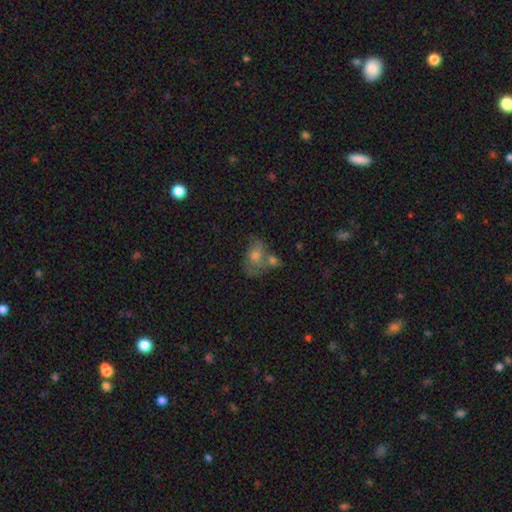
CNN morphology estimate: smooth 49%, featured or disk 36%, star or artifact 14%. Down the decision tree: merging — none (39%).